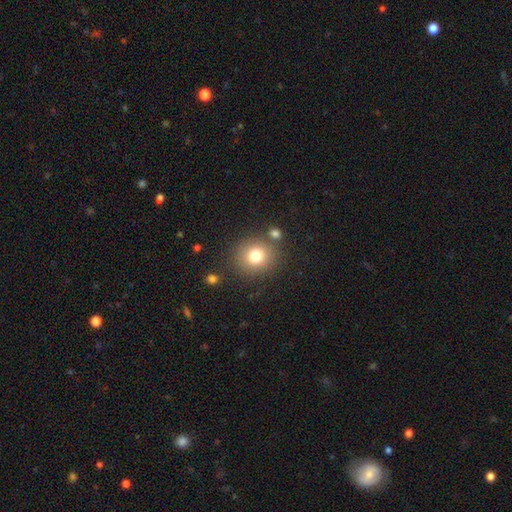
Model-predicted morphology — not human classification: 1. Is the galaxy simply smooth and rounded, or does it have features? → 77% smooth, 12% star or artifact, 10% featured or disk.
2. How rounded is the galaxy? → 86% round, 14% in between, 1% cigar-shaped.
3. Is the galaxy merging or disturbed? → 80% none, 9% minor disturbance, 7% merger, 4% major disturbance.